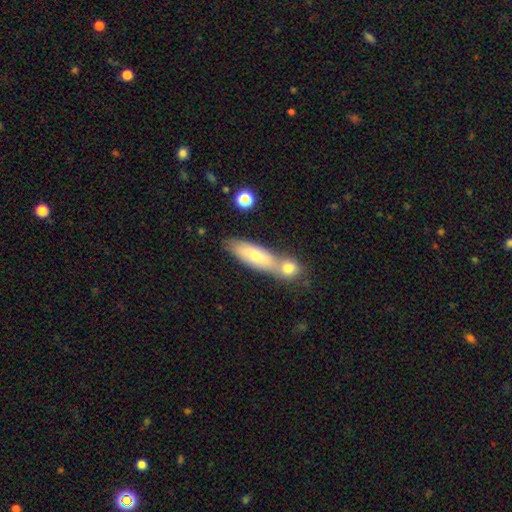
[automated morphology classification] Q: Smooth or featured?
A: smooth (60%); runner-up: featured or disk (33%)
Q: How rounded?
A: cigar-shaped (53%); runner-up: in between (43%)
Q: Merging?
A: none (44%); runner-up: merger (43%)